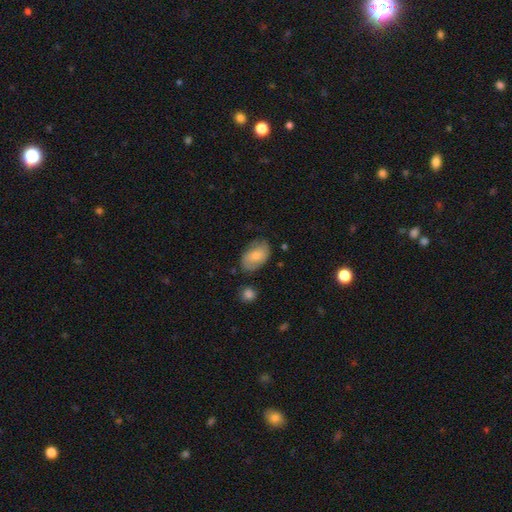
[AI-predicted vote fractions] A smooth galaxy with no disk features (72%) that is in between round and cigar-shaped (90%). Merging: none (71%).